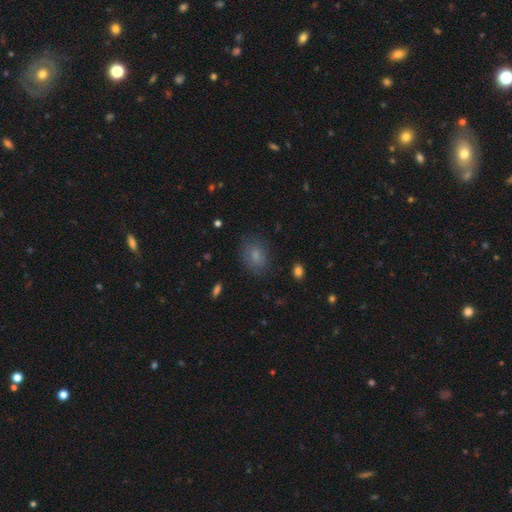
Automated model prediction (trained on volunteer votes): Smooth or featured: smooth — 76% (featured or disk — 13%)
How rounded: in between — 61% (round — 38%)
Merging: none — 78% (minor disturbance — 15%)